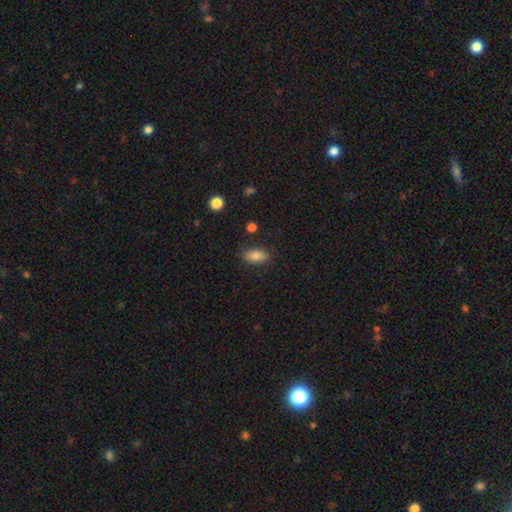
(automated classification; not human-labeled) Smooth or featured?
  - smooth: 82% *
  - featured or disk: 9%
  - star or artifact: 9%
How rounded?
  - in between: 89% *
  - round: 6%
  - cigar-shaped: 4%
Merging?
  - none: 82% *
  - minor disturbance: 13%
  - major disturbance: 3%
  - merger: 2%